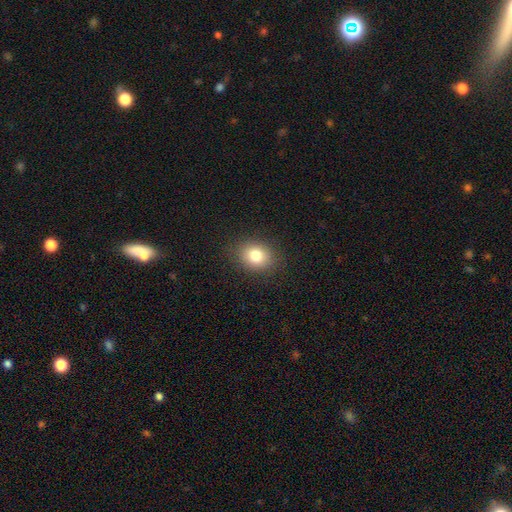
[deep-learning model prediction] smooth-or-featured: smooth: 80% | star or artifact: 11% | featured or disk: 9%
  how-rounded: round: 53% | in between: 47% | cigar-shaped: 1%
  merging: none: 88% | minor disturbance: 8% | major disturbance: 3% | merger: 1%